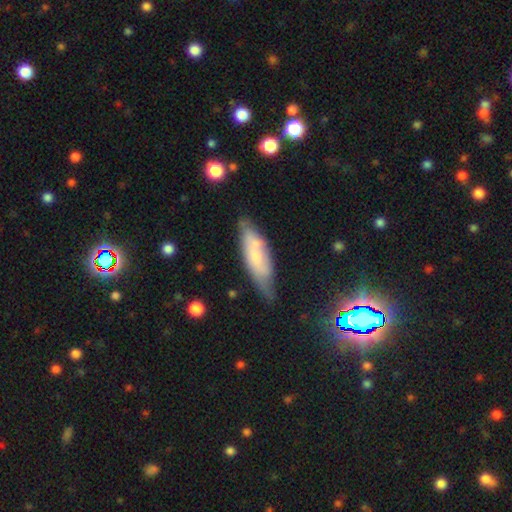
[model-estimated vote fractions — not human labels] Smooth or featured? Predicted: smooth (p=0.54). How rounded? Predicted: in between (p=0.51). Merging? Predicted: none (p=0.59).